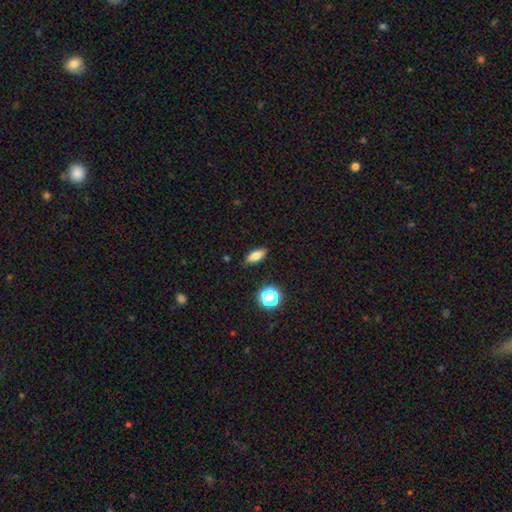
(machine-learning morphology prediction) Smooth or featured?
  - smooth: 74% *
  - featured or disk: 15%
  - star or artifact: 10%
How rounded?
  - in between: 67% *
  - cigar-shaped: 26%
  - round: 7%
Merging?
  - none: 87% *
  - minor disturbance: 10%
  - major disturbance: 2%
  - merger: 2%